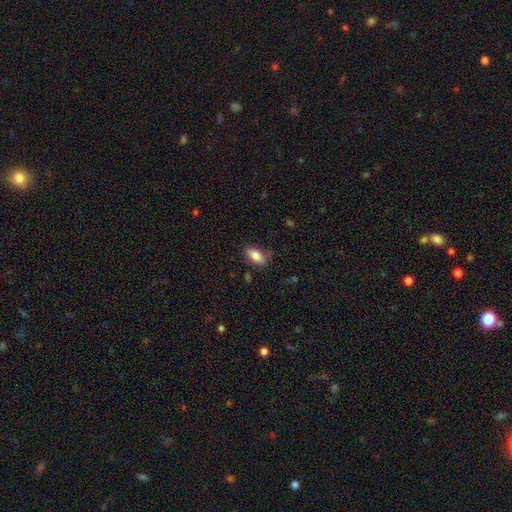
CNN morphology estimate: type=smooth (84%); roundness=in between (89%); merging=none (77%).